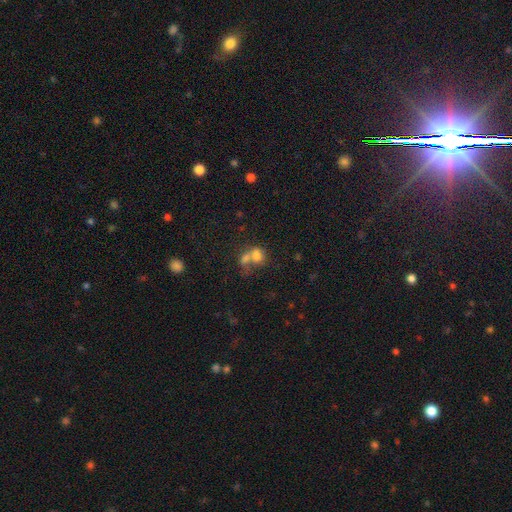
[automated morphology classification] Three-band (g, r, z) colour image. It shows a smooth galaxy with no disk features (70%) that is in between round and cigar-shaped (63%). Merging: merger (67%).